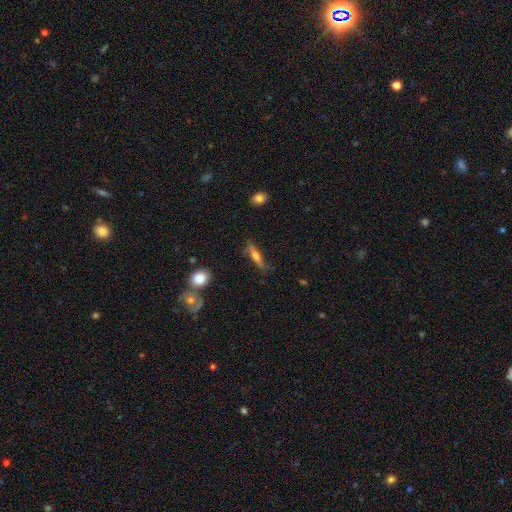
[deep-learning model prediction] A smooth galaxy with no disk features (51%) that is cigar-shaped (76%).

Vote fractions:
- Smooth or featured? smooth: 51% / featured or disk: 41% / star or artifact: 8%
- How rounded? cigar-shaped: 76% / in between: 21% / round: 3%
- Merging? none: 73% / minor disturbance: 20% / major disturbance: 5% / merger: 3%